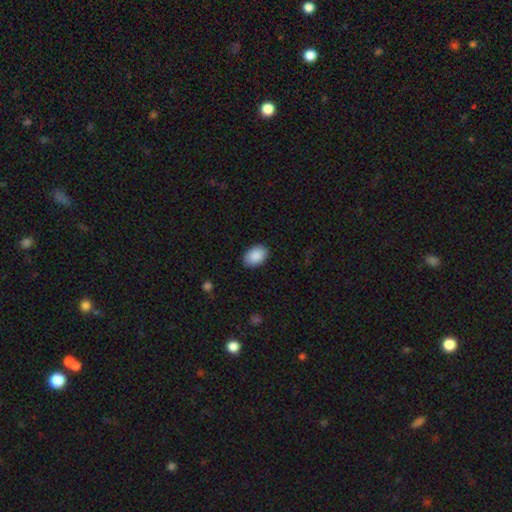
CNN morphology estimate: Smooth or featured? smooth (90%)
How rounded? in between (87%)
Merging? none (87%)